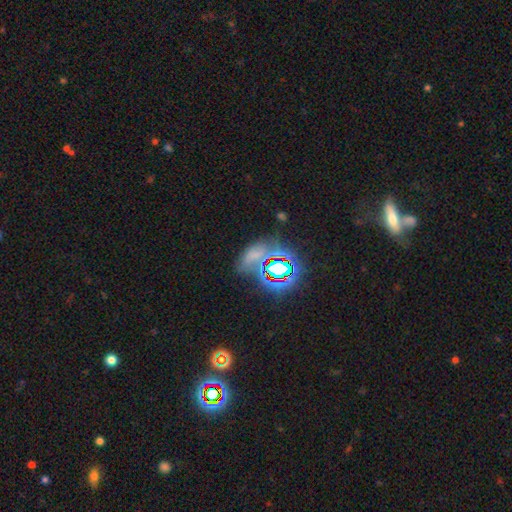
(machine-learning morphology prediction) type=star or artifact (51%).